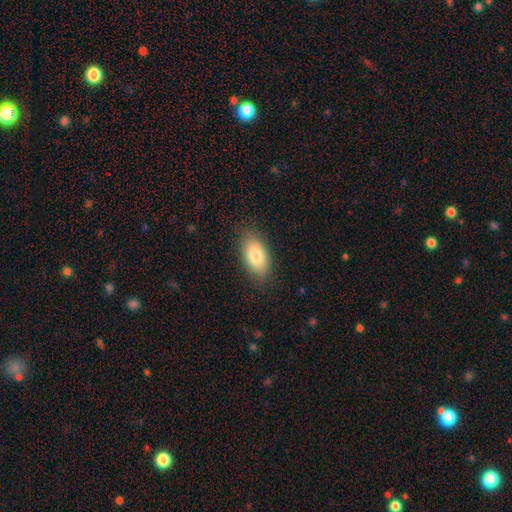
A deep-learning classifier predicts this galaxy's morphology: A smooth galaxy with no disk features (81%) that is in between round and cigar-shaped (92%). Merging: none (84%).